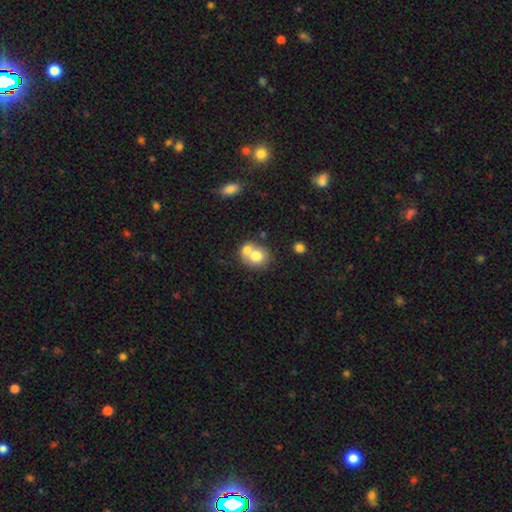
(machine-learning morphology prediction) Smooth or featured? smooth (72%)
How rounded? round (67%)
Merging? merger (59%)